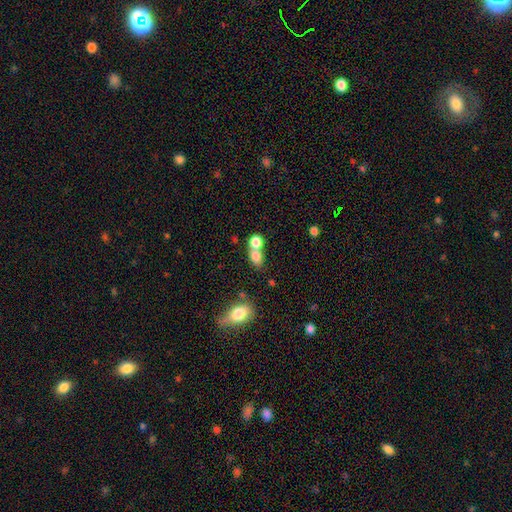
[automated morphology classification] This is likely a smooth galaxy (79%). How rounded: possibly in between (58%). Merging: possibly merger (53%).